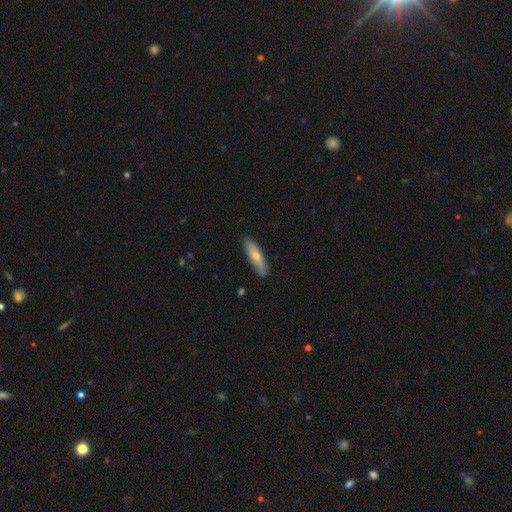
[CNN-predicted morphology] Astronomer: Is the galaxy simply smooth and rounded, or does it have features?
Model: smooth — 55% (runner-up: featured or disk, 38%).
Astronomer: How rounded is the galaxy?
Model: cigar-shaped — 74%.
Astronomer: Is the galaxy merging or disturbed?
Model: none — 87%.